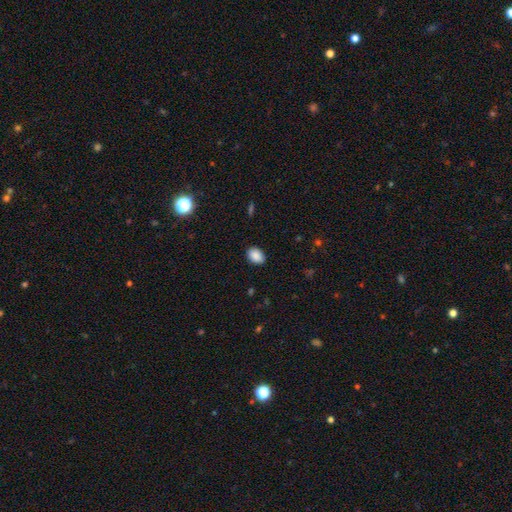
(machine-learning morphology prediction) Smooth or featured? smooth (89%)
How rounded? in between (78%)
Merging? none (87%)